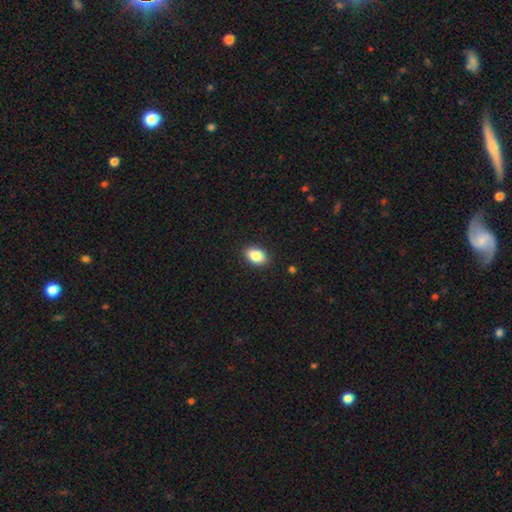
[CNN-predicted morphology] Overall: smooth (86%). How rounded: in between (88%). Merging: none (89%).